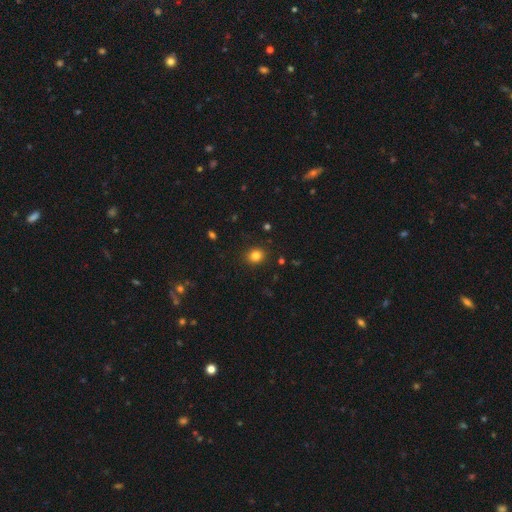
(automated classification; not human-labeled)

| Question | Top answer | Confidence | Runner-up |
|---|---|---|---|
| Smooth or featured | smooth | 83% | star or artifact (12%) |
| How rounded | round | 73% | in between (27%) |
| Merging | none | 90% | minor disturbance (7%) |